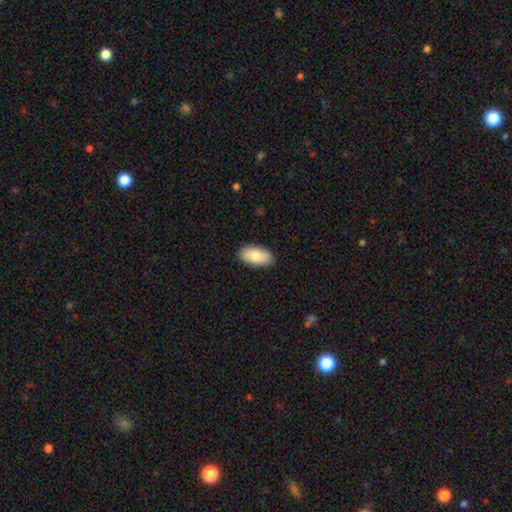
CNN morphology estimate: smooth 76%, featured or disk 18%, star or artifact 6%. Down the decision tree: how rounded — in between (94%); merging — none (86%).